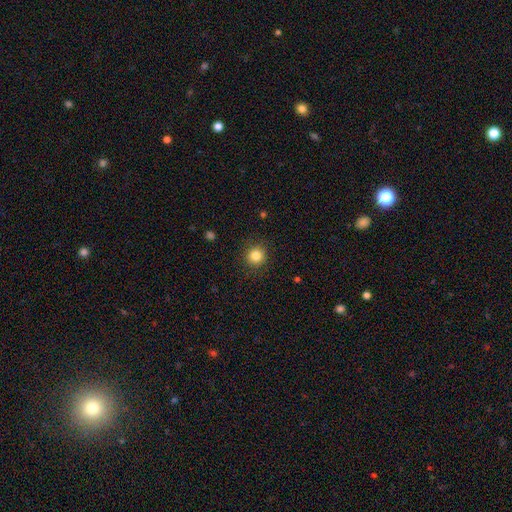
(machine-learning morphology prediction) Overall: smooth (83%). How rounded: round (92%). Merging: none (90%).